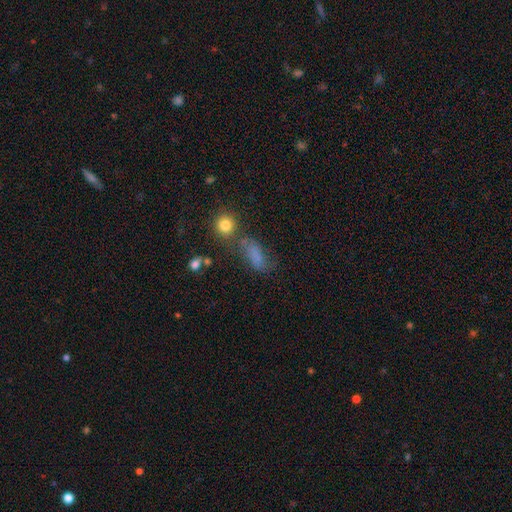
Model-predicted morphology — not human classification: A smooth galaxy with no disk features (68%) that is in between round and cigar-shaped (77%). Merging: none (44%).